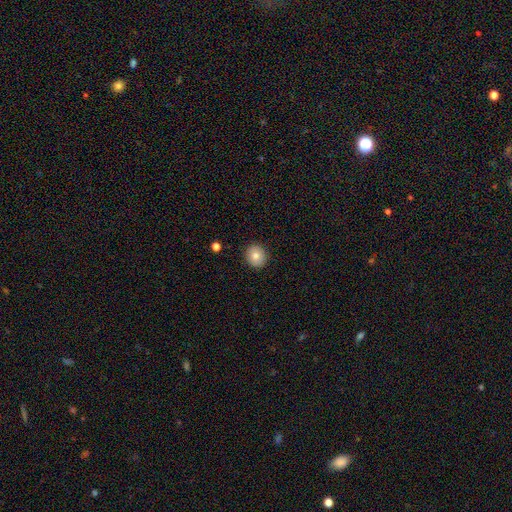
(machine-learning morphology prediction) Smooth or featured? Predicted: smooth (p=0.80). How rounded? Predicted: round (p=0.85). Merging? Predicted: none (p=0.91).